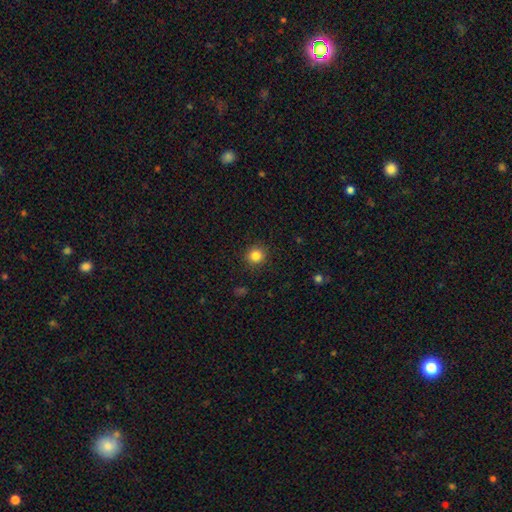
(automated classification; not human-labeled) Smooth or featured: smooth — 84% (star or artifact — 11%)
How rounded: round — 92% (in between — 7%)
Merging: none — 91% (minor disturbance — 6%)